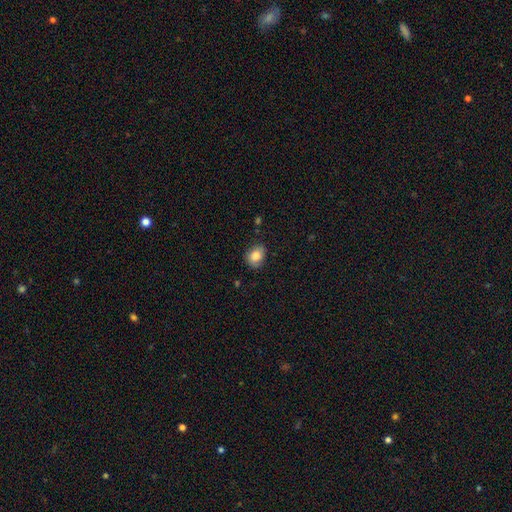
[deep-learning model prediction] A smooth galaxy with no disk features (82%) that is in between round and cigar-shaped (59%). Merging: none (70%).